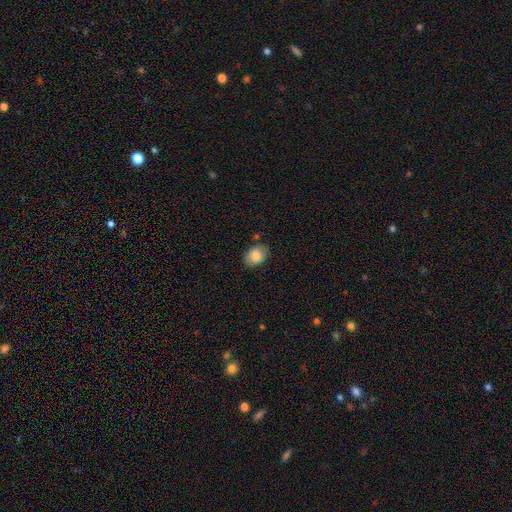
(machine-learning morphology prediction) Smooth or featured? smooth (84%)
How rounded? in between (79%)
Merging? none (82%)